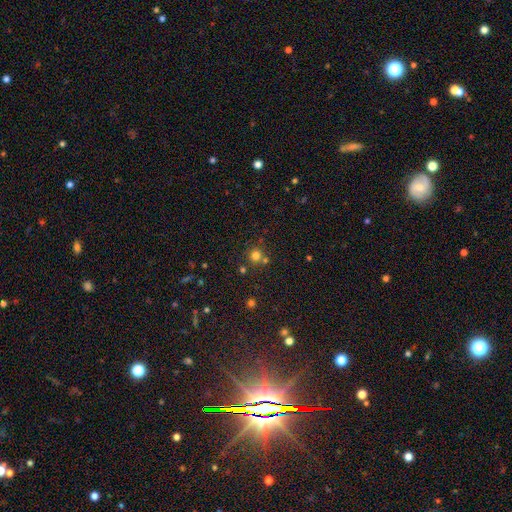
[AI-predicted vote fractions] This is likely a smooth galaxy (74%). How rounded: clearly round (92%). Merging: likely none (69%).